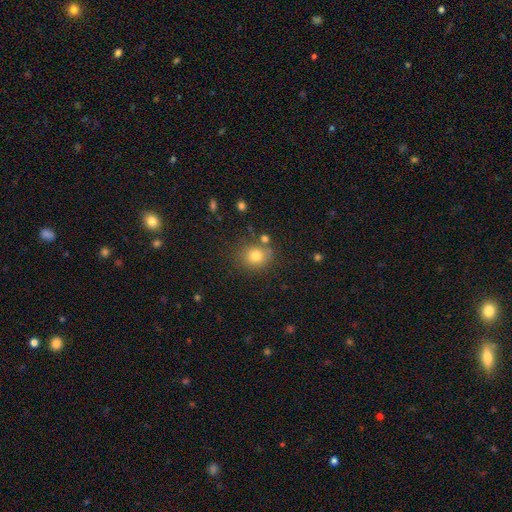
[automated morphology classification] This is likely a smooth galaxy (78%). How rounded: likely round (69%). Merging: likely none (72%).